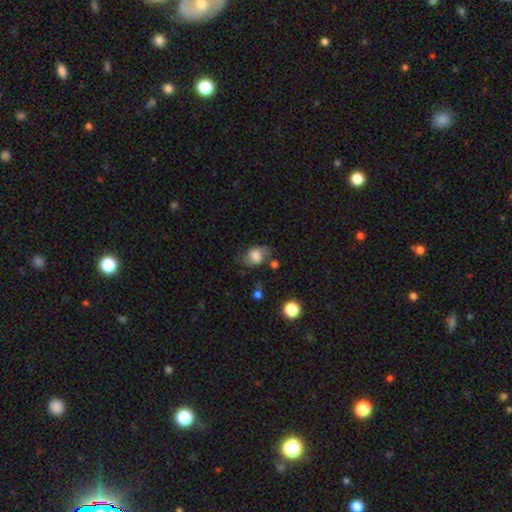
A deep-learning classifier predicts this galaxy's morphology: A smooth galaxy with no disk features (68%) that is in between round and cigar-shaped (61%).

Vote fractions:
- Smooth or featured? smooth: 68% / featured or disk: 22% / star or artifact: 10%
- How rounded? in between: 61% / round: 38% / cigar-shaped: 1%
- Merging? none: 53% / minor disturbance: 28% / major disturbance: 14% / merger: 5%